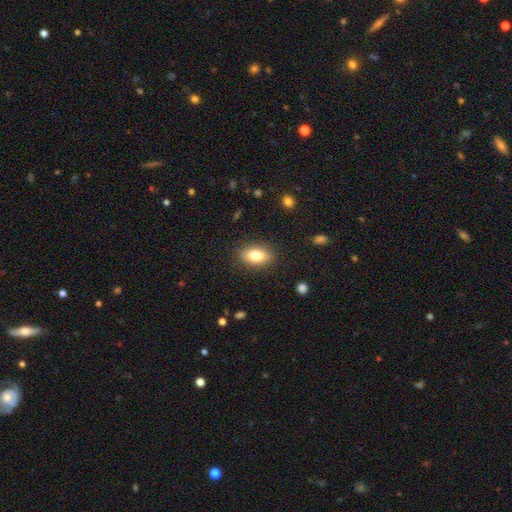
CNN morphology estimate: This is clearly a smooth galaxy (80%). How rounded: clearly in between (89%). Merging: clearly none (87%).